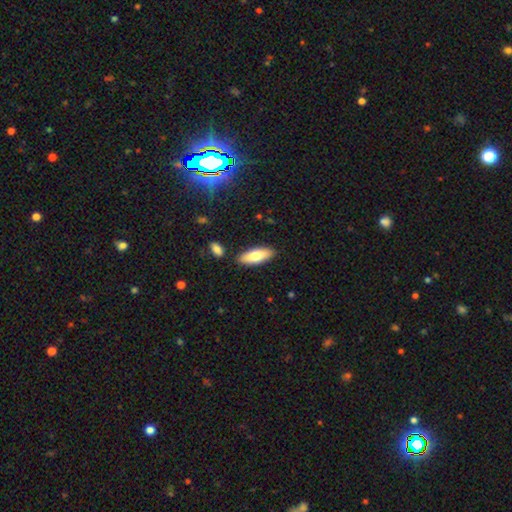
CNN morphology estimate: This appears to be a smooth galaxy with no disk features (73%) that is in between round and cigar-shaped (63%). Merging: none (86%).